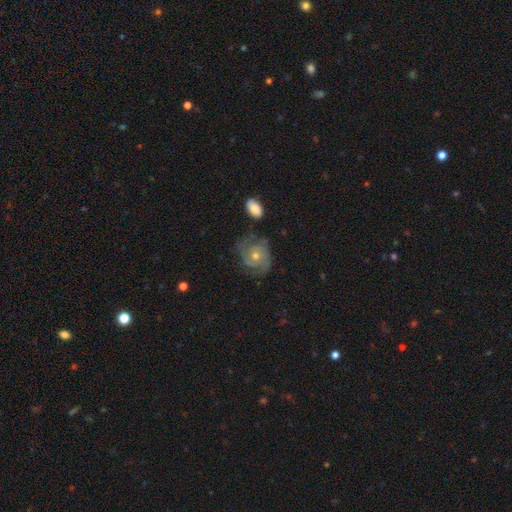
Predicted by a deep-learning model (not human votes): Smooth or featured? Predicted: featured or disk (p=0.79). Edge-on disk? Predicted: no (p=0.97). Bar? Predicted: no (p=0.77). Spiral arms? Predicted: yes (p=0.93). Spiral winding? Predicted: tight (p=0.55). Spiral arm count? Predicted: 2 (p=0.35). Bulge size? Predicted: moderate (p=0.50). Merging? Predicted: none (p=0.69).